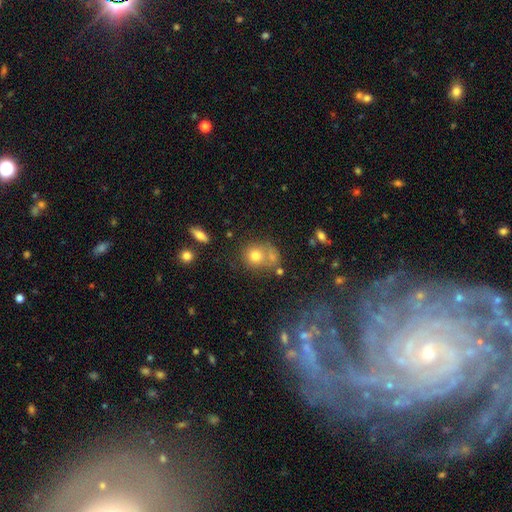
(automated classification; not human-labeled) Smooth or featured?
  - smooth: 75% *
  - featured or disk: 13%
  - star or artifact: 12%
How rounded?
  - round: 74% *
  - in between: 25%
  - cigar-shaped: 1%
Merging?
  - none: 46% *
  - merger: 33%
  - minor disturbance: 14%
  - major disturbance: 7%